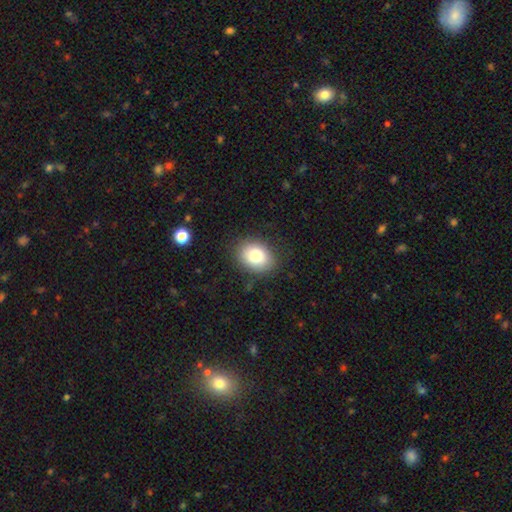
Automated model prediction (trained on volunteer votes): smooth-or-featured: smooth: 82% | featured or disk: 10% | star or artifact: 8%
  how-rounded: in between: 65% | round: 34% | cigar-shaped: 1%
  merging: none: 84% | minor disturbance: 11% | major disturbance: 4% | merger: 1%